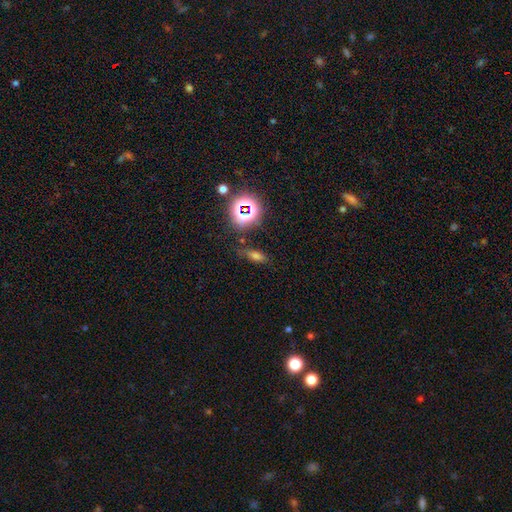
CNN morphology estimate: The model was most divided on "smooth or featured": smooth: 60%, star or artifact: 28%, featured or disk: 12%. More confident: merging — none (75%); how rounded — in between (64%).